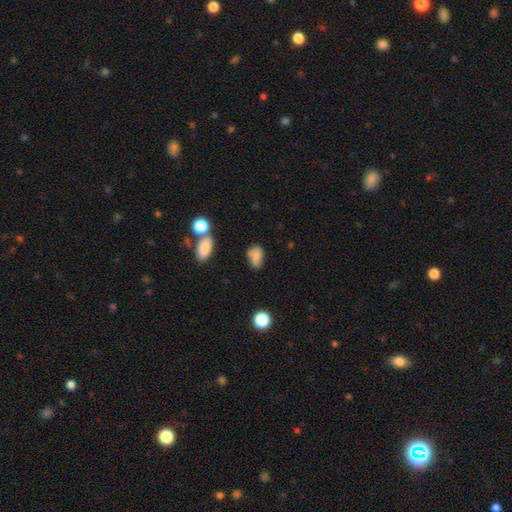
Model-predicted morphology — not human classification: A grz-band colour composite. It shows a smooth galaxy with no disk features (80%) that is in between round and cigar-shaped (86%). Merging: none (53%).